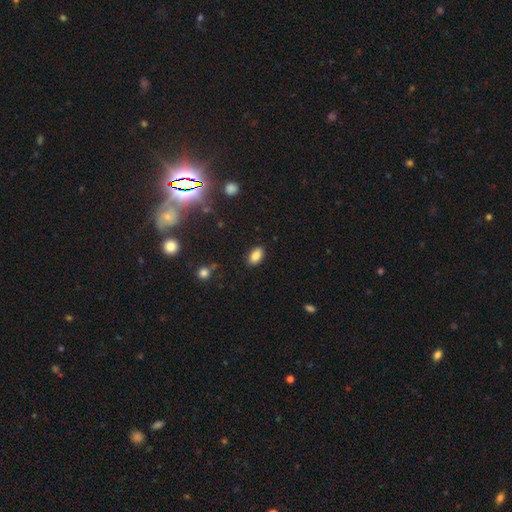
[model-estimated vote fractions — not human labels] The model was most divided on "smooth or featured": smooth: 84%, star or artifact: 10%, featured or disk: 6%. More confident: how rounded — in between (91%); merging — none (87%).